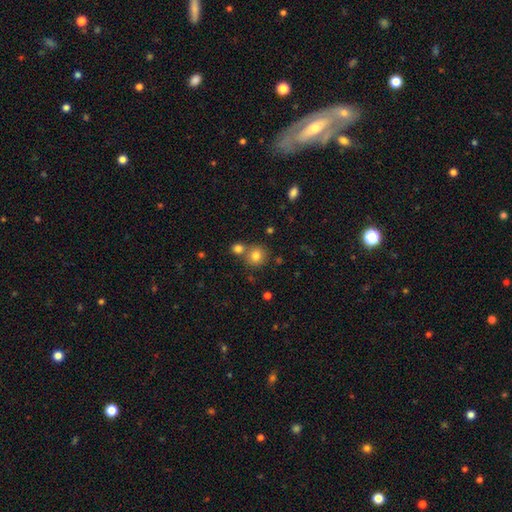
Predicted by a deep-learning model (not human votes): A smooth galaxy with no disk features (80%) that is round (84%). Merging: none (63%).